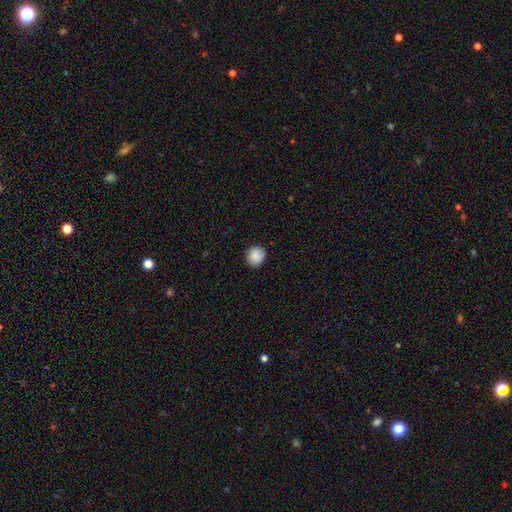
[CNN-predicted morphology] type=smooth (88%); roundness=round (90%); merging=none (89%).